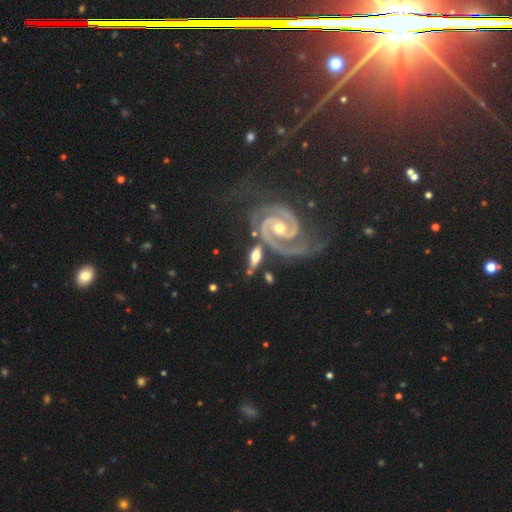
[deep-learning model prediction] Smooth or featured? Predicted: featured or disk (p=0.68). Edge-on disk? Predicted: no (p=0.75). Bar? Predicted: no (p=0.50). Spiral arms? Predicted: yes (p=0.90). Bulge size? Predicted: moderate (p=0.58). Merging? Predicted: none (p=0.60).